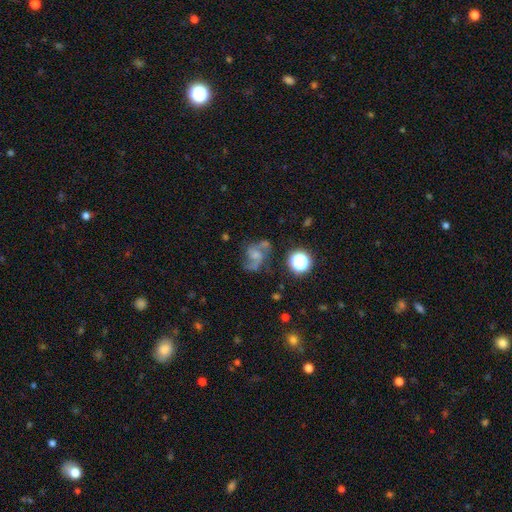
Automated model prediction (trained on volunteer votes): A featured or disk galaxy (59%) with no bar (66%), spiral arms (83%) and a small central bulge (40%).

Vote fractions:
- Smooth or featured? featured or disk: 59% / smooth: 24% / star or artifact: 17%
- Edge-on disk? no: 98% / yes: 2%
- Bar? no: 66% / weak: 28% / strong: 6%
- Spiral arms? yes: 83% / no: 17%
- Bulge size? small: 40% / moderate: 27% / none: 25% / large: 6% / dominant: 2%
- Merging? none: 40% / major disturbance: 27% / minor disturbance: 21% / merger: 13%